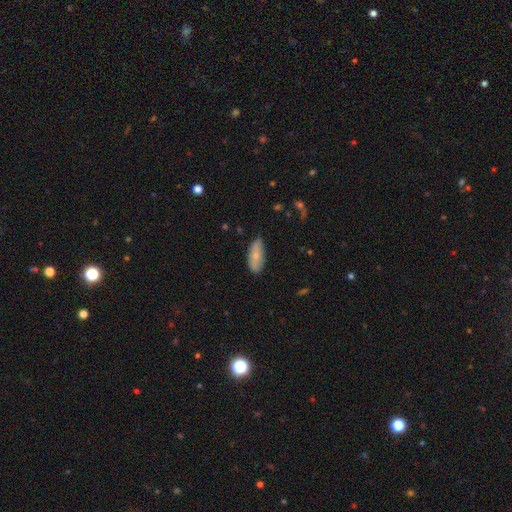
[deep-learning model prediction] smooth_or_featured: smooth (p=0.70) [alt: featured or disk p=0.24]
how_rounded: in between (p=0.81) [alt: cigar-shaped p=0.16]
merging: none (p=0.71) [alt: minor disturbance p=0.23]